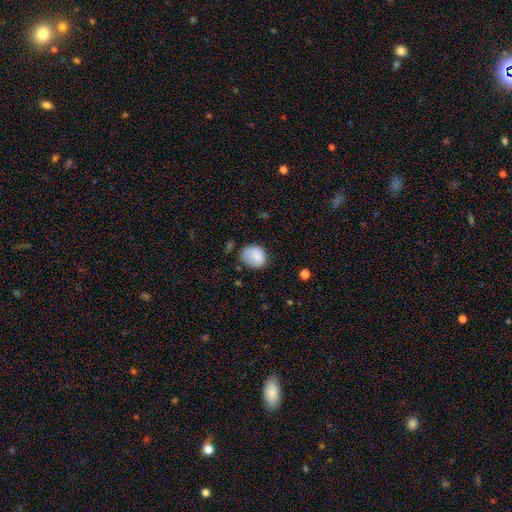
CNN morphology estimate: Smooth or featured?
  - smooth: 81% *
  - featured or disk: 11%
  - star or artifact: 8%
How rounded?
  - round: 61% *
  - in between: 38%
  - cigar-shaped: 1%
Merging?
  - none: 57% *
  - minor disturbance: 30%
  - major disturbance: 10%
  - merger: 3%